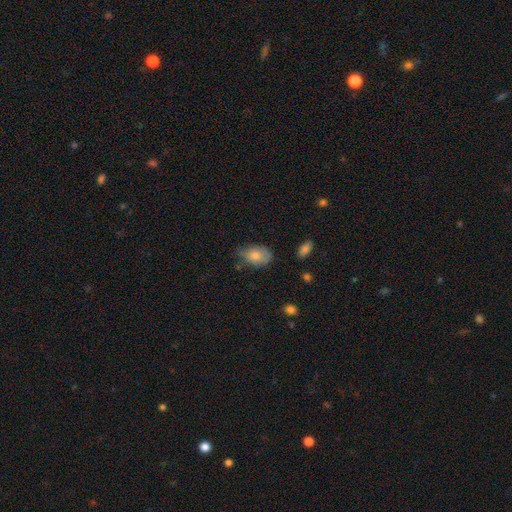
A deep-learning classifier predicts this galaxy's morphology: This is likely a smooth galaxy (77%). How rounded: clearly in between (82%). Merging: possibly none (46%).